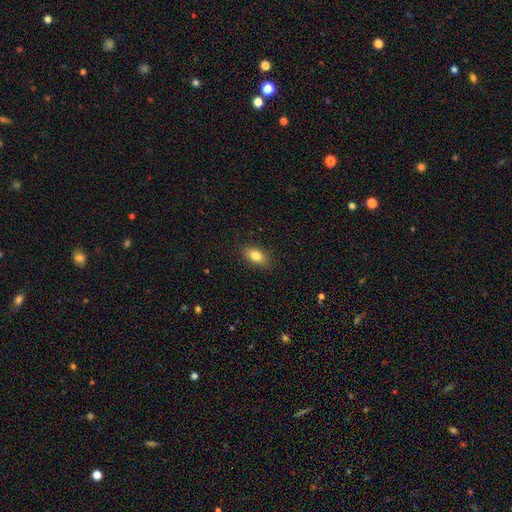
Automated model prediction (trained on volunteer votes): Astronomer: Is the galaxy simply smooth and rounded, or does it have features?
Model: smooth — 80%.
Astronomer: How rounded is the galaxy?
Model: in between — 86%.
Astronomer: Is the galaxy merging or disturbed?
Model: none — 87%.